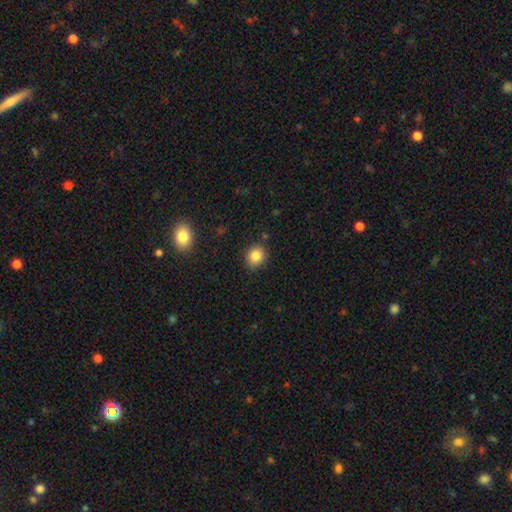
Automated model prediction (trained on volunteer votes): Q: Smooth or featured?
A: smooth (84%); runner-up: star or artifact (10%)
Q: How rounded?
A: round (72%); runner-up: in between (27%)
Q: Merging?
A: none (85%); runner-up: minor disturbance (11%)